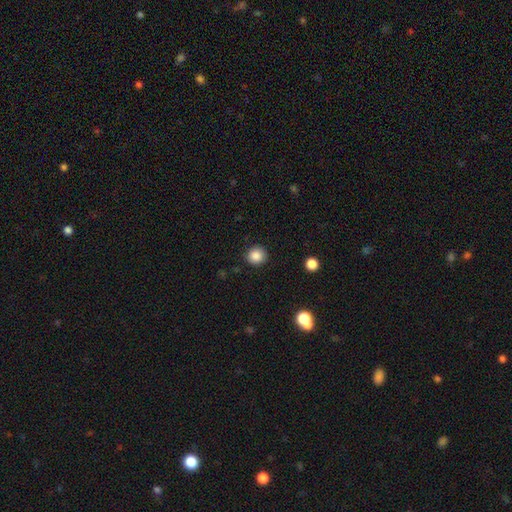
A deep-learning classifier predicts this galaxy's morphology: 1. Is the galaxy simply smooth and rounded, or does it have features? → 86% smooth, 10% star or artifact, 4% featured or disk.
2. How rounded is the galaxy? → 92% round, 7% in between, 1% cigar-shaped.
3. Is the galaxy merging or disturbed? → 91% none, 6% minor disturbance, 2% major disturbance, 1% merger.